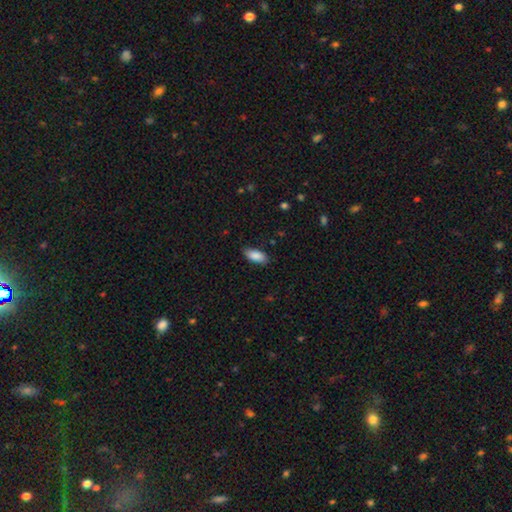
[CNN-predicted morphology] Smooth or featured? Predicted: smooth (p=0.87). How rounded? Predicted: in between (p=0.87). Merging? Predicted: none (p=0.84).